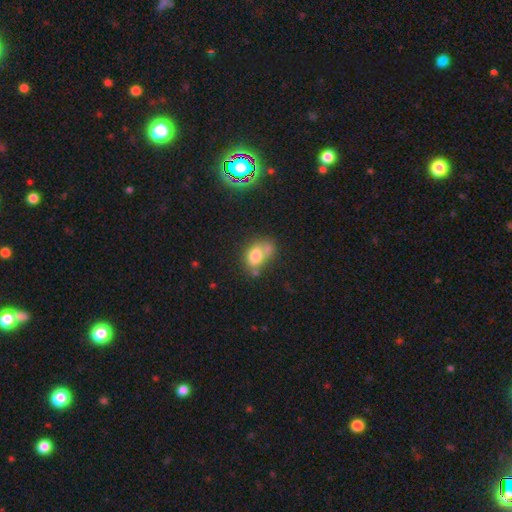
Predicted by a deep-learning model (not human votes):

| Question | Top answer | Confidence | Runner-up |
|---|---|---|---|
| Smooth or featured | smooth | 74% | featured or disk (15%) |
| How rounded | in between | 73% | round (26%) |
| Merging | merger | 37% | none (34%) |